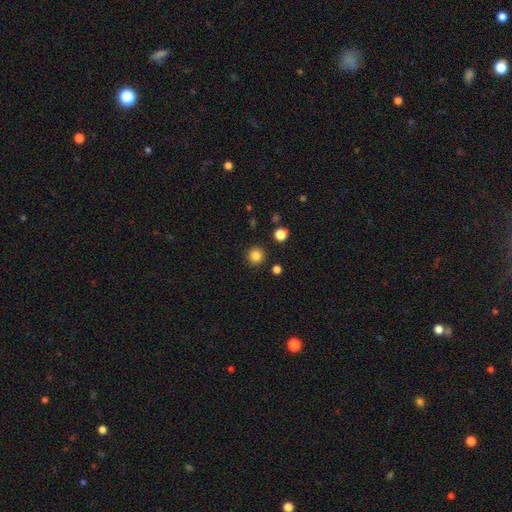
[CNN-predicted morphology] smooth_or_featured: smooth (p=0.84) [alt: star or artifact p=0.12]
how_rounded: round (p=0.95) [alt: in between p=0.04]
merging: none (p=0.91) [alt: minor disturbance p=0.05]